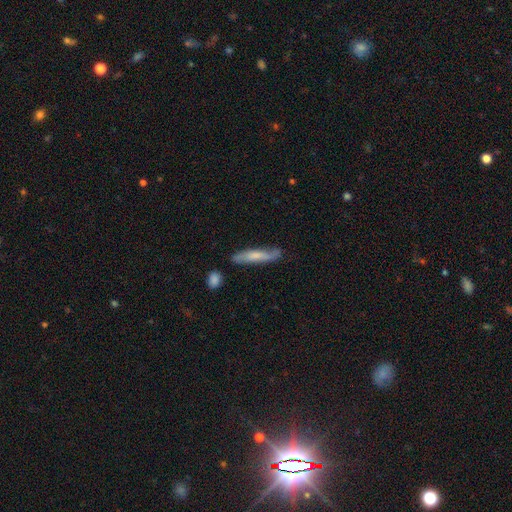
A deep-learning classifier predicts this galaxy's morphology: smooth 52%, featured or disk 43%, star or artifact 6%. Down the decision tree: how rounded — cigar-shaped (86%); merging — none (69%).